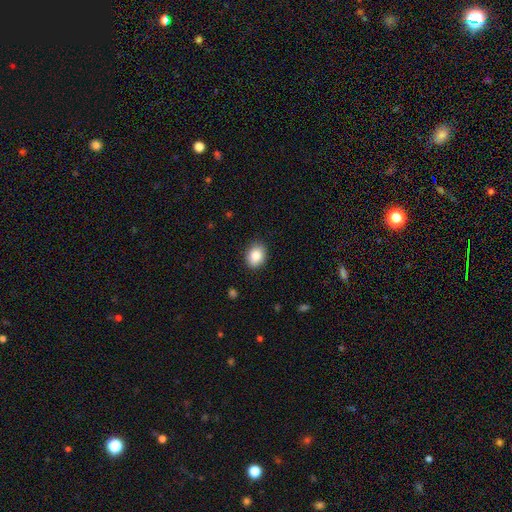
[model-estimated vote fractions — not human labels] smooth_or_featured: smooth (p=0.87) [alt: star or artifact p=0.08]
how_rounded: in between (p=0.65) [alt: round p=0.35]
merging: none (p=0.87) [alt: minor disturbance p=0.10]